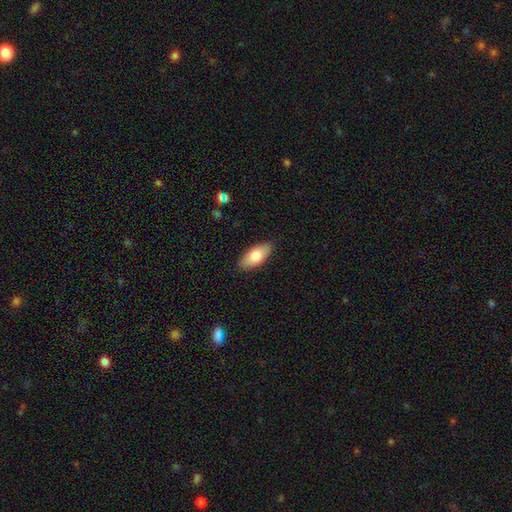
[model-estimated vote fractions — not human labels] Overall: smooth (77%). How rounded: in between (87%). Merging: none (87%).